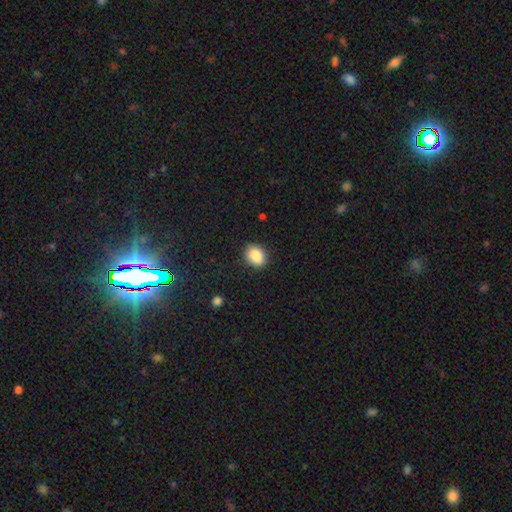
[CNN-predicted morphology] The model was most divided on "how rounded": in between: 62%, round: 37%, cigar-shaped: 1%. More confident: smooth or featured — smooth (88%); merging — none (88%).